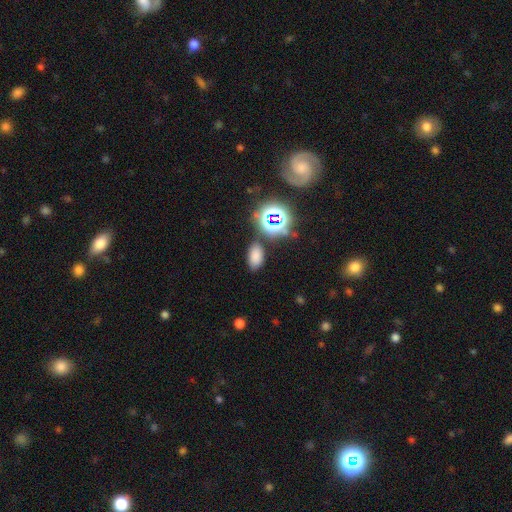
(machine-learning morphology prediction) This appears to be a smooth galaxy with no disk features (71%) that is in between round and cigar-shaped (88%). Merging: none (81%).